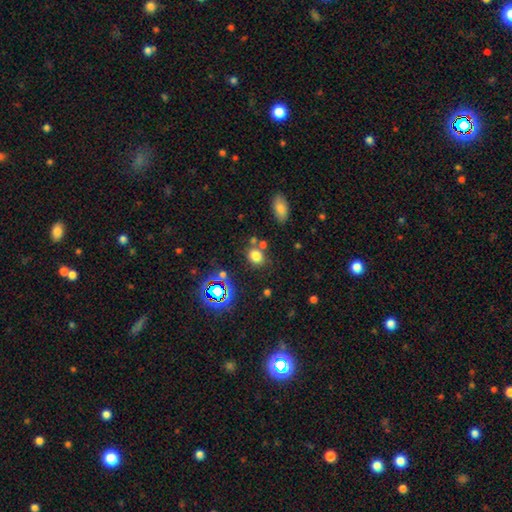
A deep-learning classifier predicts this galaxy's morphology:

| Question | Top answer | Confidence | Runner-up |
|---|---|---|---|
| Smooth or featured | smooth | 74% | star or artifact (19%) |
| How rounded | in between | 51% | round (48%) |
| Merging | none | 70% | merger (13%) |